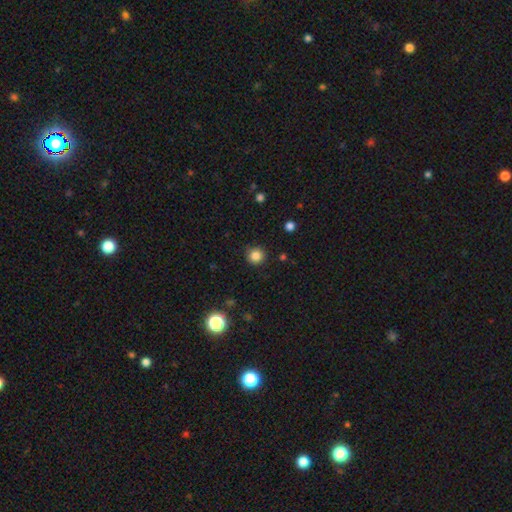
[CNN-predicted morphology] Smooth or featured? Predicted: smooth (p=0.84). How rounded? Predicted: round (p=0.95). Merging? Predicted: none (p=0.90).